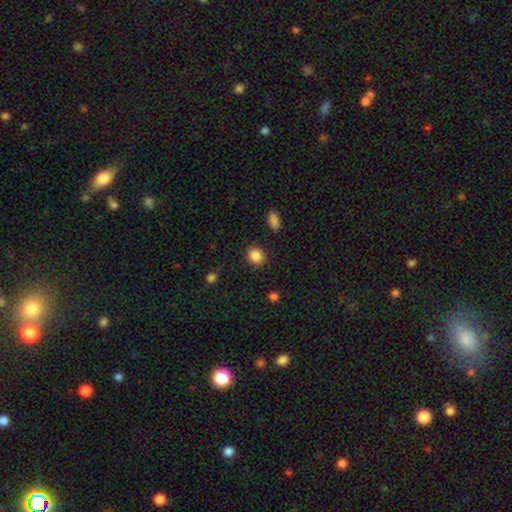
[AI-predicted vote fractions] Smooth or featured? Predicted: smooth (p=0.87). How rounded? Predicted: round (p=0.74). Merging? Predicted: none (p=0.89).